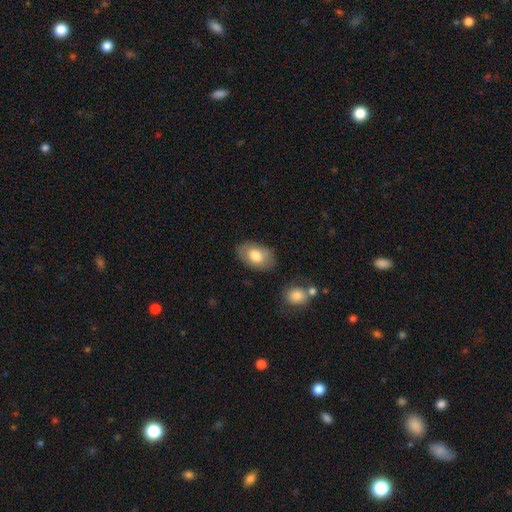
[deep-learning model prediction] Overall: smooth (75%). How rounded: in between (90%). Merging: none (79%).